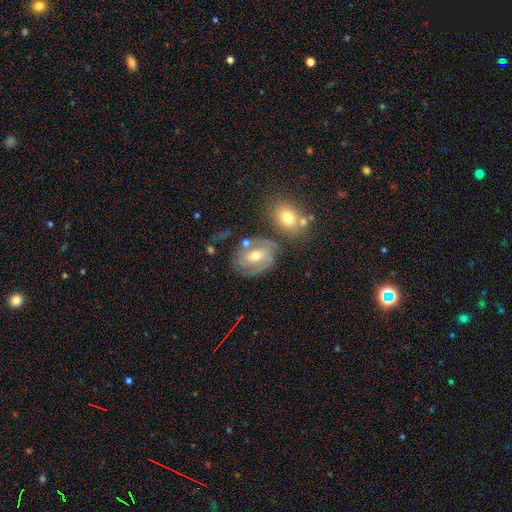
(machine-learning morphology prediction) smooth_or_featured: featured or disk (p=0.68) [alt: smooth p=0.23]
disk_edge_on: no (p=0.95) [alt: yes p=0.05]
bar: no (p=0.44) [alt: weak p=0.39]
has_spiral_arms: yes (p=0.79) [alt: no p=0.21]
spiral_winding: tight (p=0.55) [alt: medium p=0.34]
spiral_arm_count: 2 (p=0.48) [alt: can't tell p=0.29]
bulge_size: moderate (p=0.66) [alt: small p=0.29]
merging: none (p=0.59) [alt: minor disturbance p=0.19]